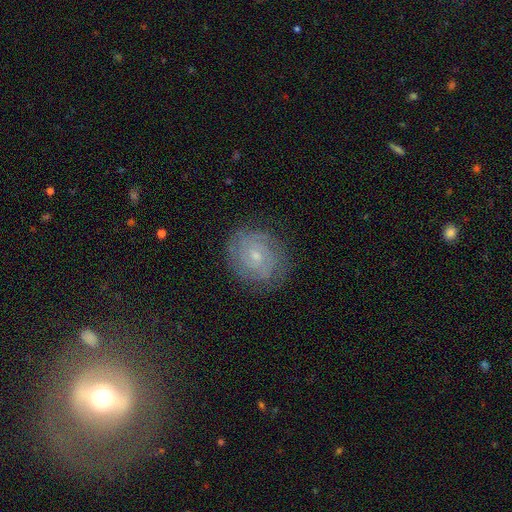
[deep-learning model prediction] The model was most divided on "spiral arm count": 2: 37%, can't tell: 30%, 3: 16%, 4: 8%, more than 4: 5%, 1: 5%. More confident: edge-on disk — no (97%); spiral arms — yes (95%); merging — none (83%); spiral winding — tight (76%); smooth or featured — featured or disk (76%); bulge size — small (74%); bar — no (67%).